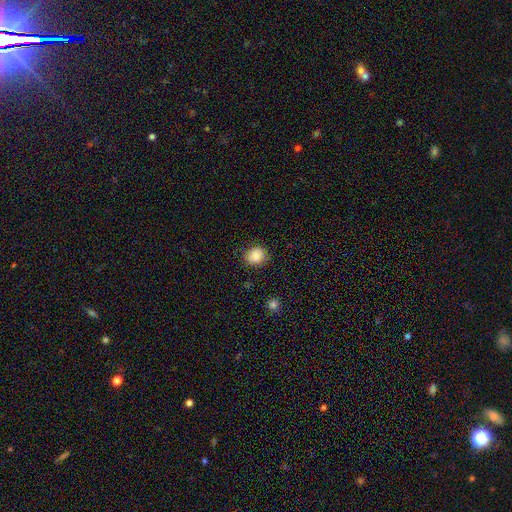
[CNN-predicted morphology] This appears to be a smooth galaxy with no disk features (85%) that is round (74%). Merging: none (83%).